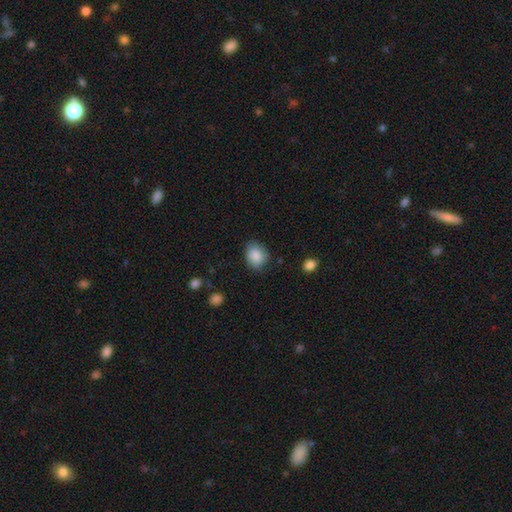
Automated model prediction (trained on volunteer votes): Smooth or featured? smooth (87%)
How rounded? in between (55%)
Merging? none (75%)